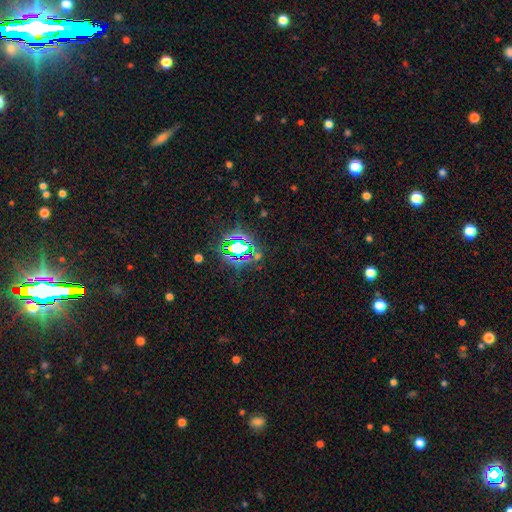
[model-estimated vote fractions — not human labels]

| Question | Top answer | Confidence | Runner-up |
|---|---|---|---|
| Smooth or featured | star or artifact | 78% | smooth (13%) |